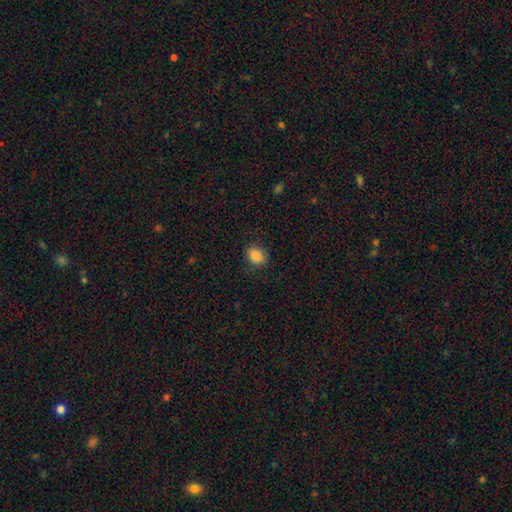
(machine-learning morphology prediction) The model was most divided on "how rounded": in between: 70%, round: 28%, cigar-shaped: 1%. More confident: smooth or featured — smooth (88%); merging — none (84%).